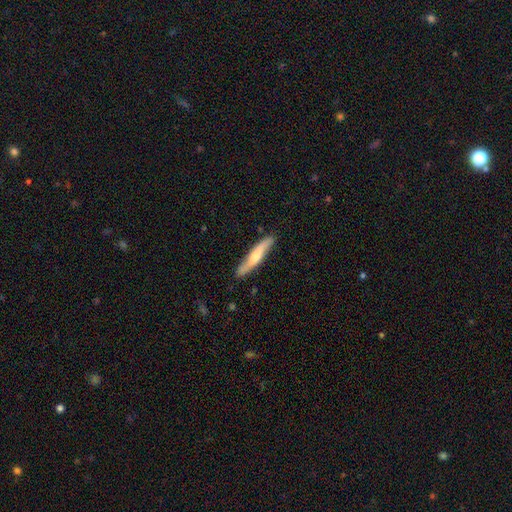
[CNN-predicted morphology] Smooth or featured?
  - featured or disk: 52% *
  - smooth: 43%
  - star or artifact: 6%
Edge-on disk?
  - yes: 74% *
  - no: 26%
Merging?
  - none: 85% *
  - minor disturbance: 11%
  - major disturbance: 2%
  - merger: 1%